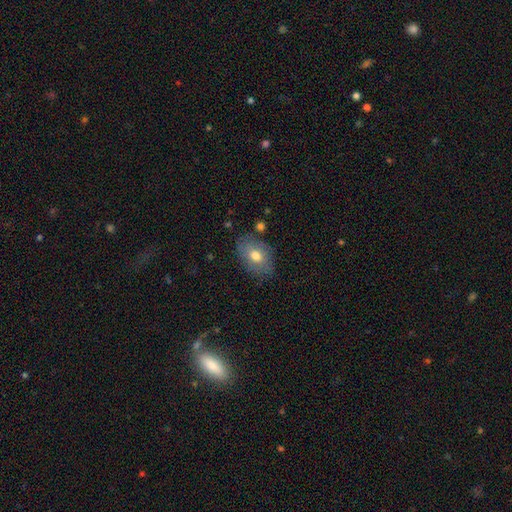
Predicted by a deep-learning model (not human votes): Smooth or featured? Predicted: smooth (p=0.70). How rounded? Predicted: in between (p=0.84). Merging? Predicted: none (p=0.74).